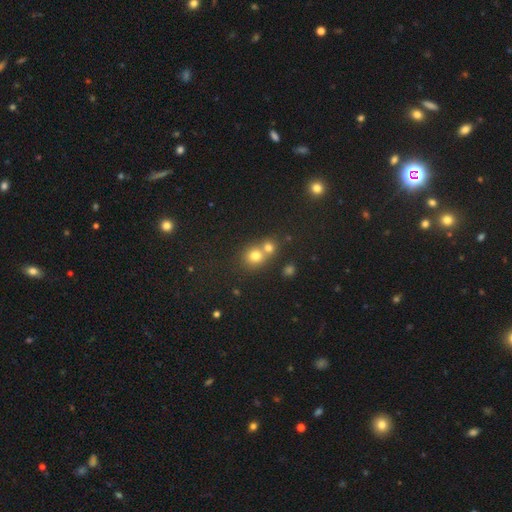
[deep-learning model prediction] Smooth or featured?
  - smooth: 75% *
  - star or artifact: 16%
  - featured or disk: 10%
How rounded?
  - round: 81% *
  - in between: 18%
  - cigar-shaped: 1%
Merging?
  - merger: 50% *
  - none: 42%
  - minor disturbance: 6%
  - major disturbance: 3%